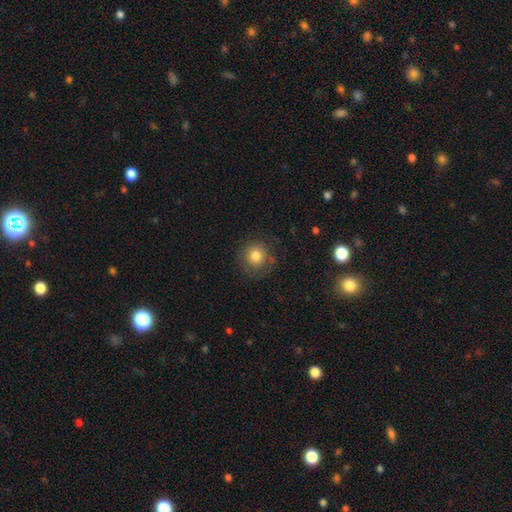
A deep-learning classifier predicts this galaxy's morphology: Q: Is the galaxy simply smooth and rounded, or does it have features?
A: smooth — 79%.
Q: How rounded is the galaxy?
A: round — 92%.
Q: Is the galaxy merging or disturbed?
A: none — 79%.